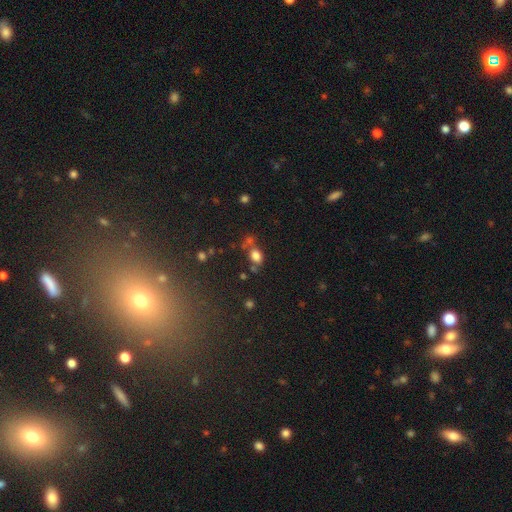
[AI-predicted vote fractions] Overall: smooth (77%). How rounded: in between (72%). Merging: none (54%; merger 23%).